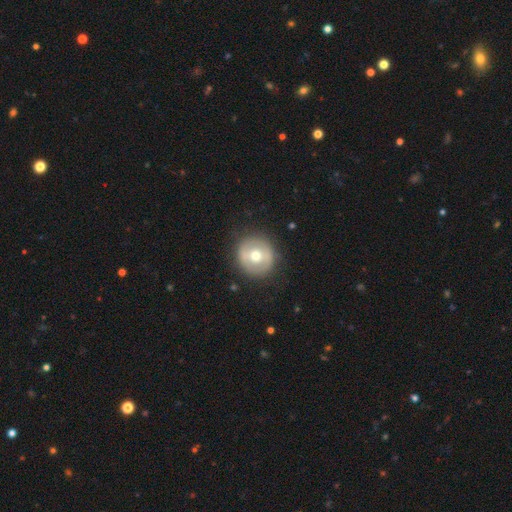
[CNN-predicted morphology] smooth_or_featured: smooth (p=0.49) [alt: featured or disk p=0.44]
merging: none (p=0.85) [alt: minor disturbance p=0.10]